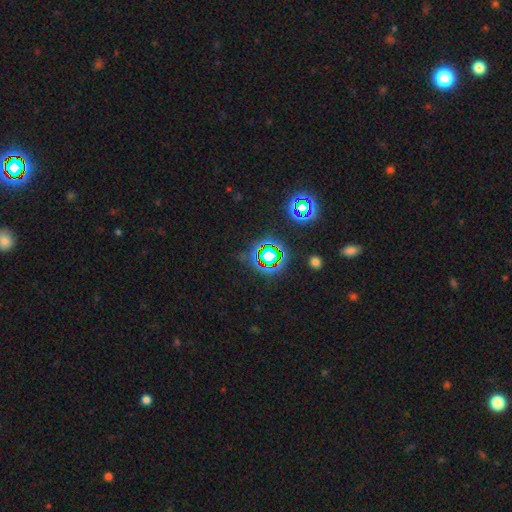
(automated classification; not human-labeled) Smooth or featured? star or artifact (74%)